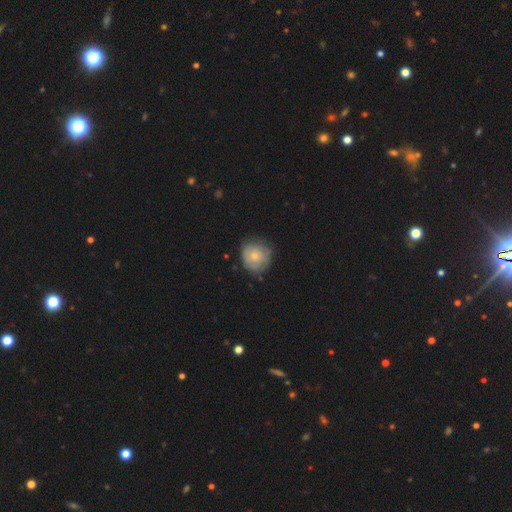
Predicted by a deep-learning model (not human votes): This appears to be a smooth galaxy with no disk features (63%) that is round (89%). Merging: none (72%).